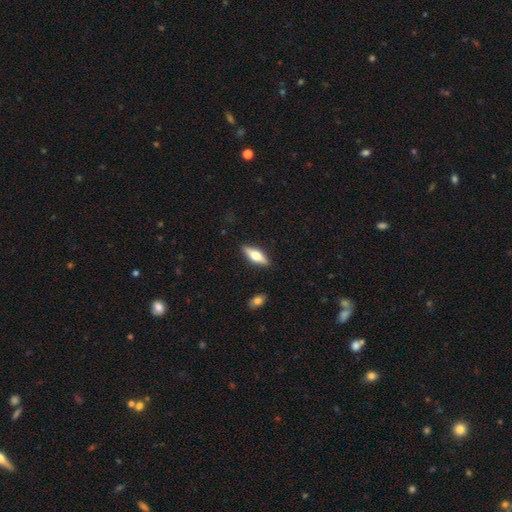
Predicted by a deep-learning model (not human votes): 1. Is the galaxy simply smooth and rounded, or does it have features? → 47% smooth (tied), 47% featured or disk (tied), 6% star or artifact.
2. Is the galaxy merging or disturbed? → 88% none, 9% minor disturbance, 2% major disturbance, 1% merger.